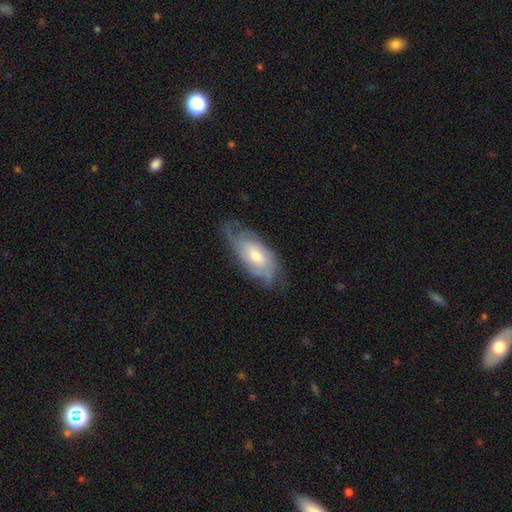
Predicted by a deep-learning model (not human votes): A featured or disk galaxy (68%) with no bar (68%), tight (51%) spiral arms (86%) and a moderate central bulge (58%). Merging: none (63%).